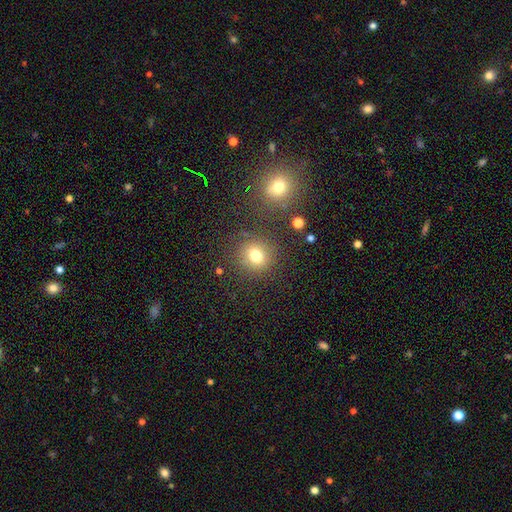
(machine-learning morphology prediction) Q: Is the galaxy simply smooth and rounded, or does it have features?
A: smooth — 76%.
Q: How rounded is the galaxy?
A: round — 81%.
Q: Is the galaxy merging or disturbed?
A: none — 81%.